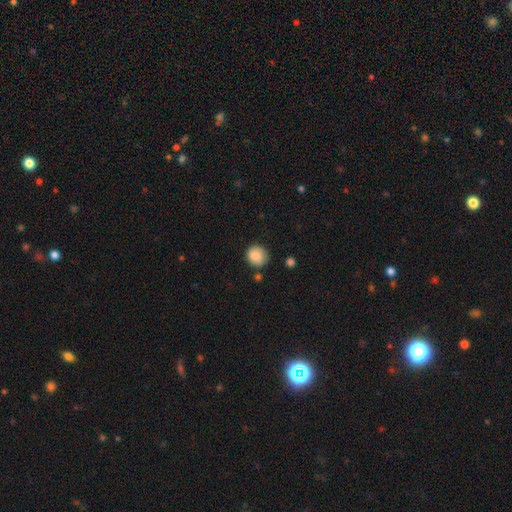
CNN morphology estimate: This appears to be a smooth galaxy with no disk features (82%) that is round (87%). Merging: none (78%).